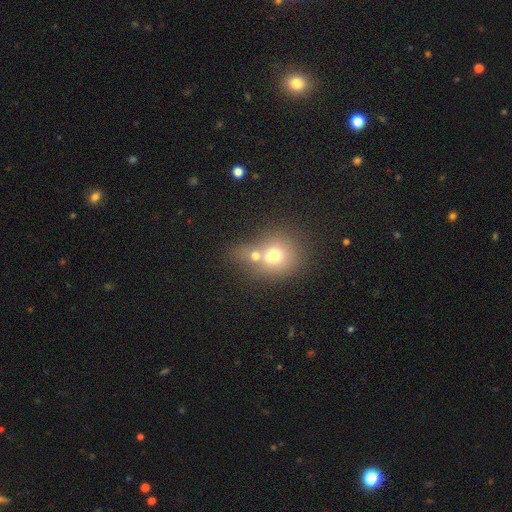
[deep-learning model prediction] Smooth or featured?
  - smooth: 63% *
  - featured or disk: 24%
  - star or artifact: 14%
How rounded?
  - round: 74% *
  - in between: 25%
  - cigar-shaped: 1%
Merging?
  - merger: 63% *
  - none: 27%
  - minor disturbance: 7%
  - major disturbance: 4%